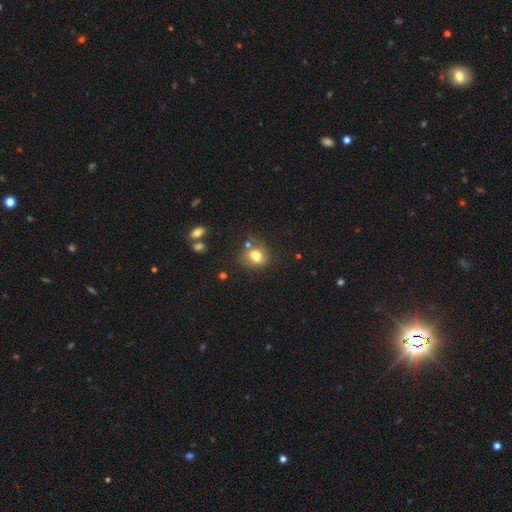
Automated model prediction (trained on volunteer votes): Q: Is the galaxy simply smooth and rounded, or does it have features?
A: smooth — 76%.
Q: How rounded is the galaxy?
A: round — 64%.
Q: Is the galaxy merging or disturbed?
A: none — 62%.